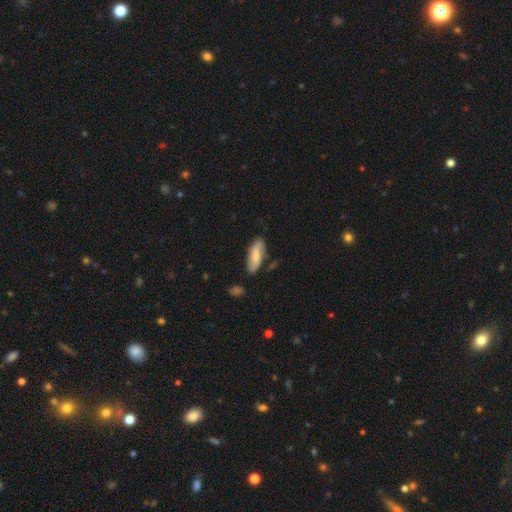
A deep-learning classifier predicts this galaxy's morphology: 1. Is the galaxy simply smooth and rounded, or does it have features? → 65% smooth, 29% featured or disk, 6% star or artifact.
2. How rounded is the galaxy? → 70% in between, 27% cigar-shaped, 2% round.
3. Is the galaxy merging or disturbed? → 75% none, 18% minor disturbance, 4% major disturbance, 3% merger.